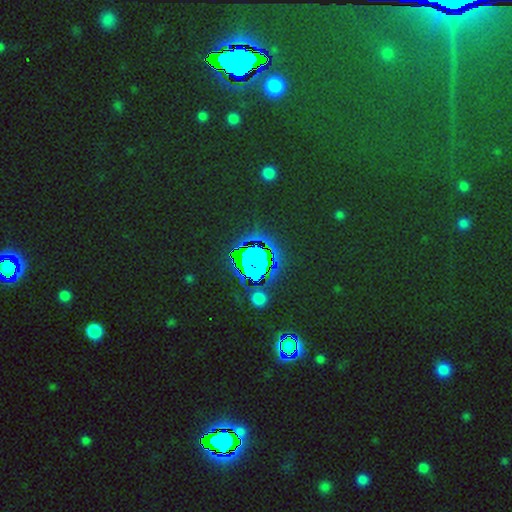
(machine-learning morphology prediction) smooth-or-featured: star or artifact: 81% | smooth: 11% | featured or disk: 8%